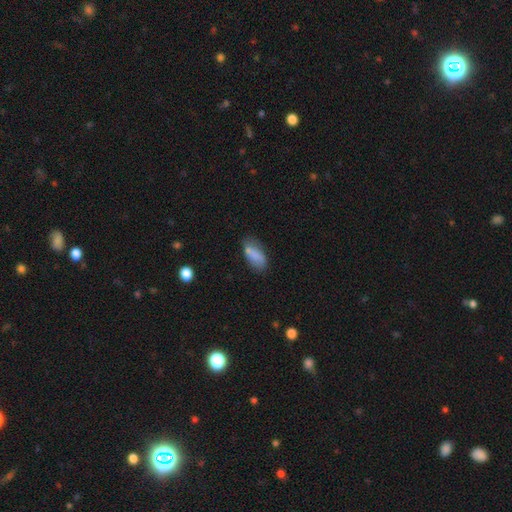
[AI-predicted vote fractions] smooth-or-featured: smooth: 78% | featured or disk: 14% | star or artifact: 8%
  how-rounded: in between: 87% | cigar-shaped: 10% | round: 3%
  merging: none: 60% | minor disturbance: 28% | major disturbance: 8% | merger: 4%